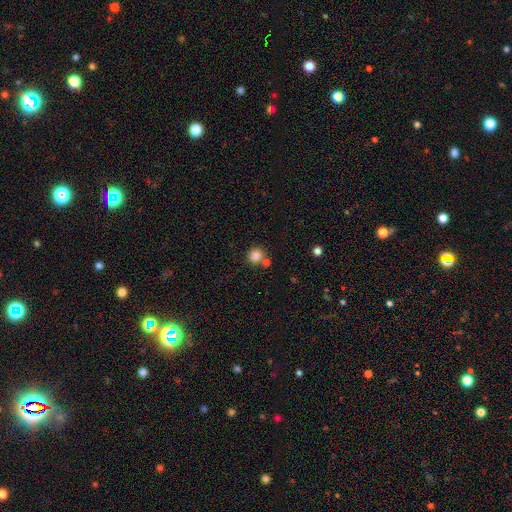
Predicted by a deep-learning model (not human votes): The model was most divided on "merging": none: 65%, merger: 23%, minor disturbance: 9%, major disturbance: 3%. More confident: how rounded — round (90%); smooth or featured — smooth (82%).